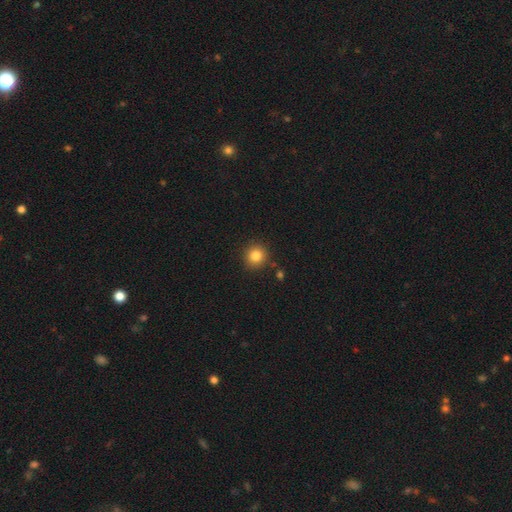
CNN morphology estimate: Overall: smooth (84%). How rounded: round (92%). Merging: none (87%).